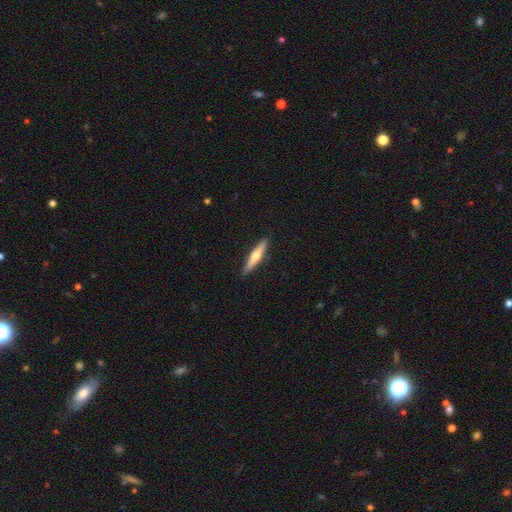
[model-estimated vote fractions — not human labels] Smooth or featured? smooth (49%)
Merging? none (90%)